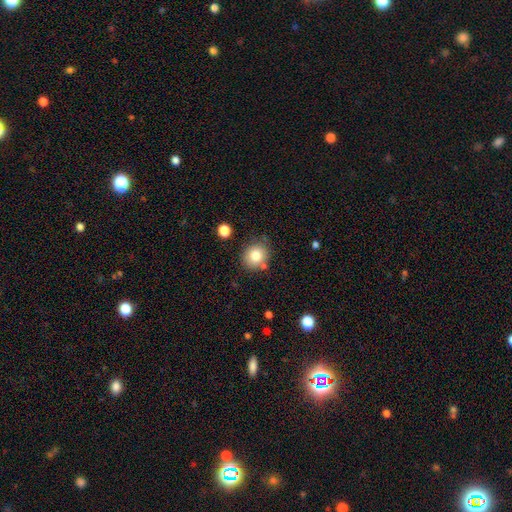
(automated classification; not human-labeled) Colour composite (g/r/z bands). It shows a smooth galaxy with no disk features (80%) that is round (77%). Merging: none (78%).